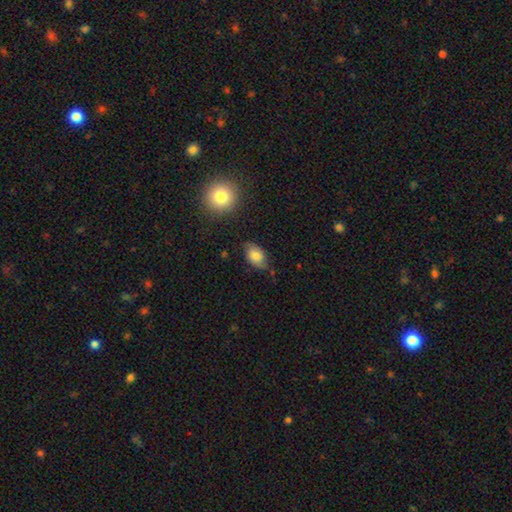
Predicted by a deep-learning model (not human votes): Smooth or featured? Predicted: smooth (p=0.69). How rounded? Predicted: in between (p=0.86). Merging? Predicted: none (p=0.66).